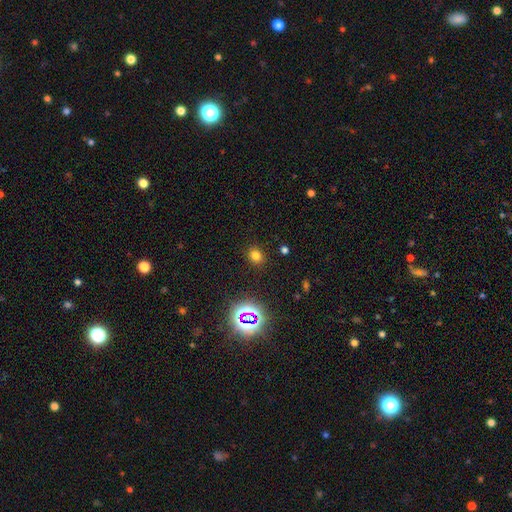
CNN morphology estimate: type=smooth (71%); roundness=round (63%); merging=none (87%).